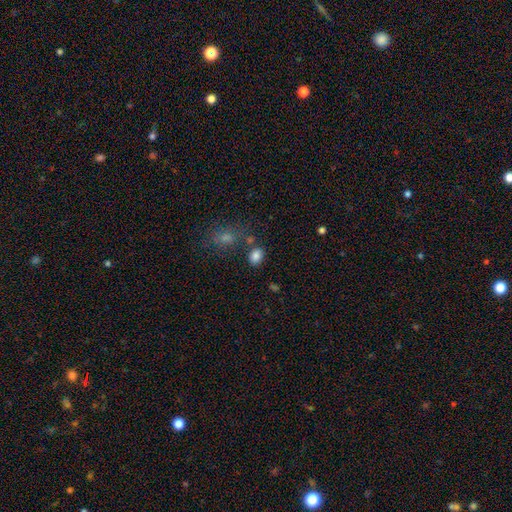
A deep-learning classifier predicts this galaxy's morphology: The model was most divided on "how rounded": in between: 63%, round: 36%, cigar-shaped: 1%. More confident: smooth or featured — smooth (84%); merging — none (72%).